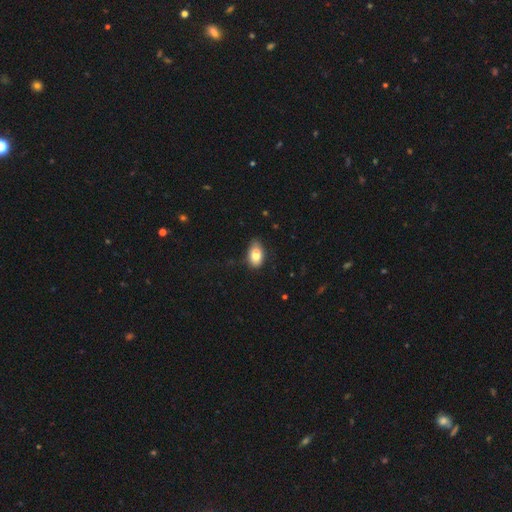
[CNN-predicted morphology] smooth_or_featured: smooth (p=0.80) [alt: featured or disk p=0.12]
how_rounded: in between (p=0.90) [alt: round p=0.08]
merging: none (p=0.59) [alt: minor disturbance p=0.31]